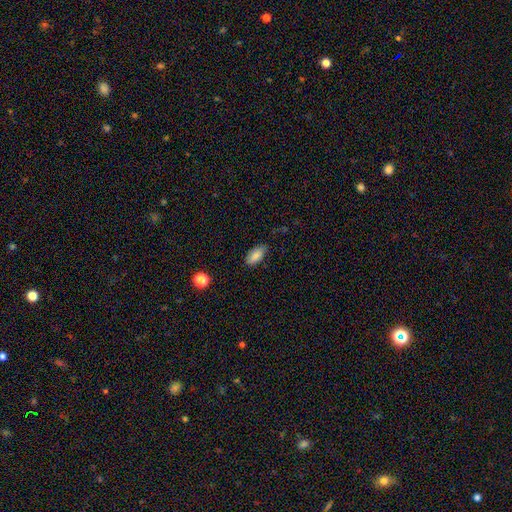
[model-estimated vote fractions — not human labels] The model was most divided on "merging": none: 78%, minor disturbance: 18%, major disturbance: 3%, merger: 1%. More confident: how rounded — in between (92%); smooth or featured — smooth (84%).